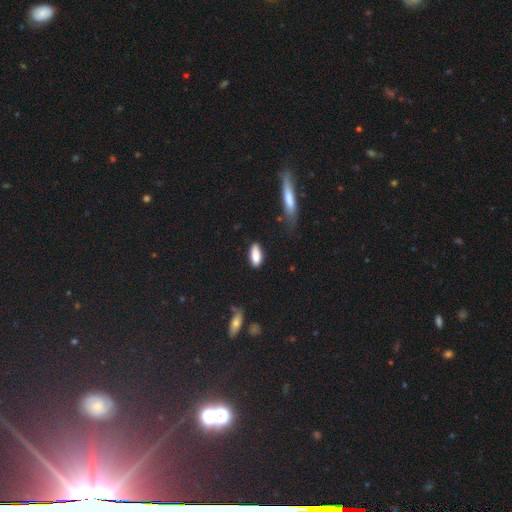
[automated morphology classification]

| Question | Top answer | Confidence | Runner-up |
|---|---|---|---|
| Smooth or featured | smooth | 86% | featured or disk (8%) |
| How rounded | in between | 78% | cigar-shaped (20%) |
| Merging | none | 80% | minor disturbance (15%) |